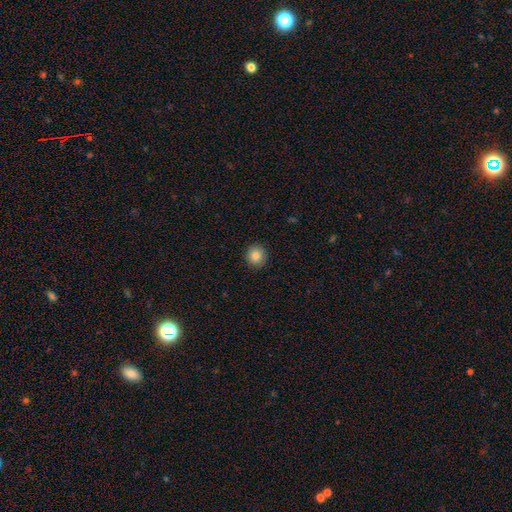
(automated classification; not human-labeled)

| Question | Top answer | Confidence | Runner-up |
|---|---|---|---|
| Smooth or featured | smooth | 86% | star or artifact (9%) |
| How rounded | round | 91% | in between (8%) |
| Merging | none | 91% | minor disturbance (6%) |